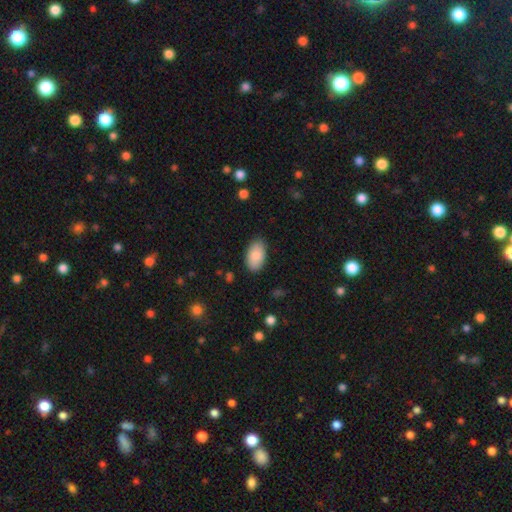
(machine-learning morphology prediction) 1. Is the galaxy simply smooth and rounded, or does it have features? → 87% smooth, 7% featured or disk, 6% star or artifact.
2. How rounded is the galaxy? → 95% in between, 4% round, 1% cigar-shaped.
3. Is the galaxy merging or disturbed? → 85% none, 12% minor disturbance, 2% major disturbance, 1% merger.